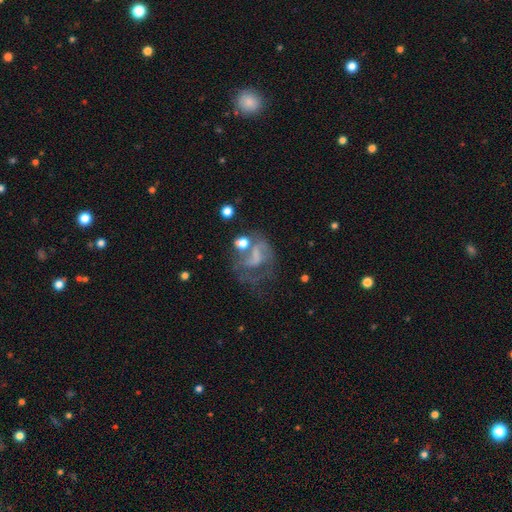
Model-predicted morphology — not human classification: Smooth or featured: featured or disk — 57% (smooth — 26%)
Edge-on disk: no — 97% (yes — 3%)
Bar: no — 51% (weak — 34%)
Spiral arms: yes — 52% (no — 48%)
Bulge size: none — 52% (small — 24%)
Merging: major disturbance — 40% (none — 28%)